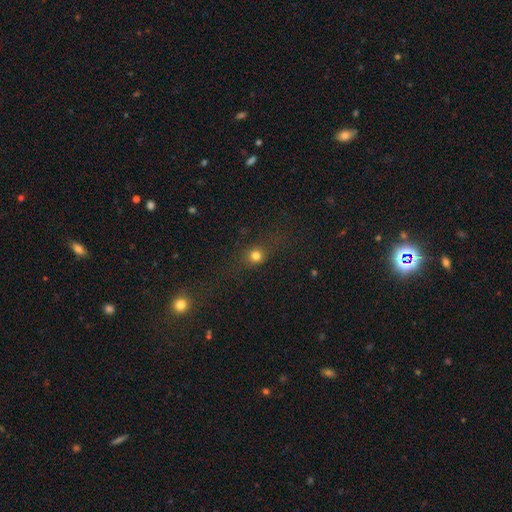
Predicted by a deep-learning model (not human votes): This appears to be a smooth galaxy with no disk features (70%) that is round (70%). Merging: none (74%).